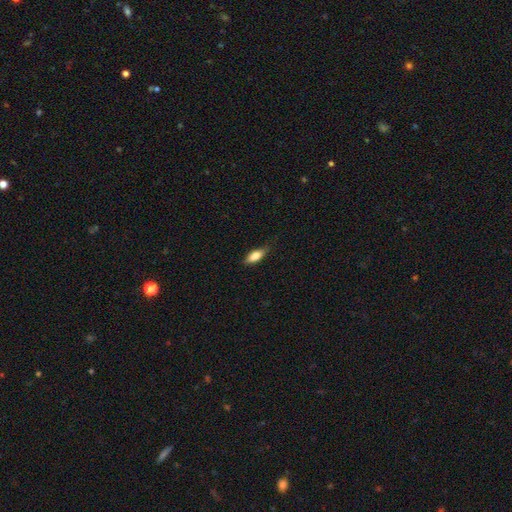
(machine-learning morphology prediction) The model was most divided on "how rounded": in between: 71%, cigar-shaped: 26%, round: 3%. More confident: merging — none (78%); smooth or featured — smooth (78%).